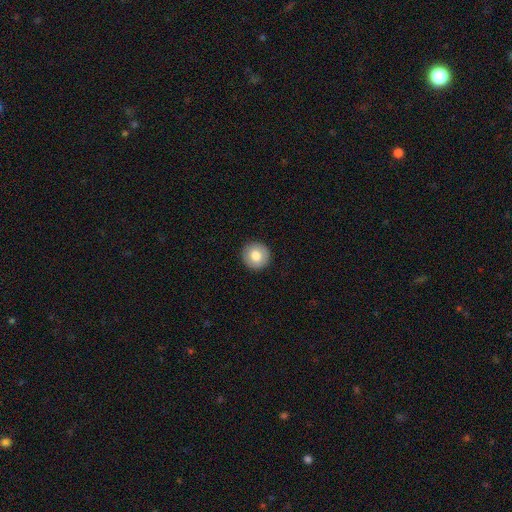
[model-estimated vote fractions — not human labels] Overall: smooth (77%). How rounded: round (94%). Merging: none (92%).